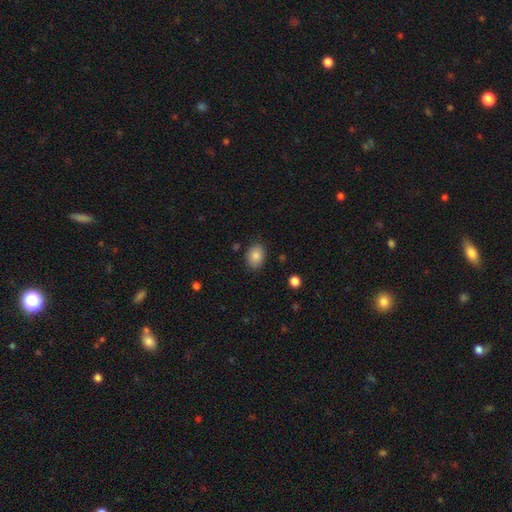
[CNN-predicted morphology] Smooth or featured? smooth (85%)
How rounded? in between (68%)
Merging? none (85%)